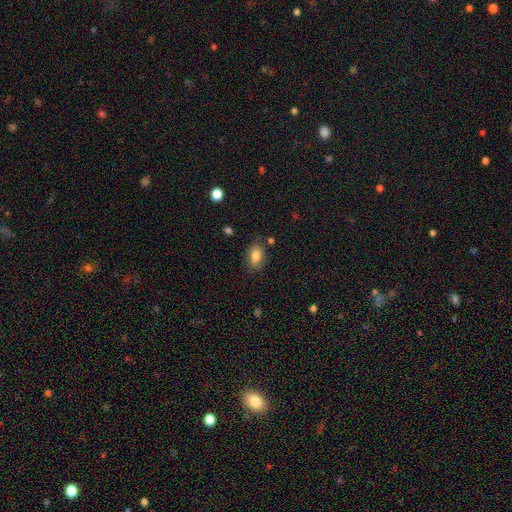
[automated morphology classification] This is clearly a smooth galaxy (82%). How rounded: clearly in between (87%). Merging: clearly none (80%).